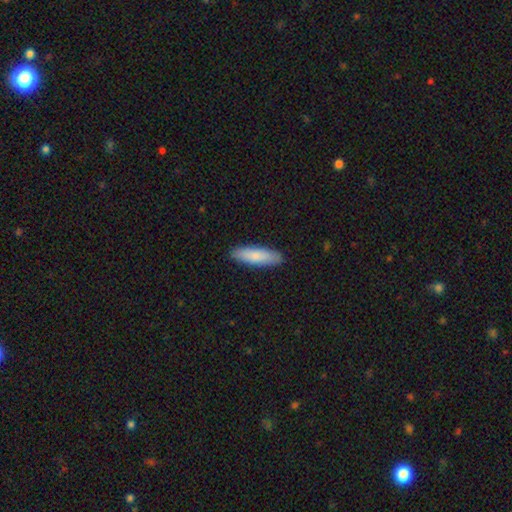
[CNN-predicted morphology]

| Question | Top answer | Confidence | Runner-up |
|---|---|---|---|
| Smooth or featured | smooth | 85% | featured or disk (10%) |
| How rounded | cigar-shaped | 61% | in between (38%) |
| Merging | none | 90% | minor disturbance (7%) |